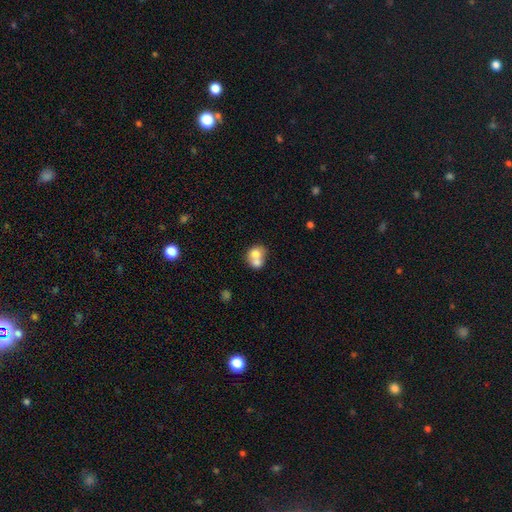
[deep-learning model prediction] Smooth or featured: smooth — 69% (featured or disk — 22%)
How rounded: round — 64% (in between — 35%)
Merging: merger — 68% (none — 23%)